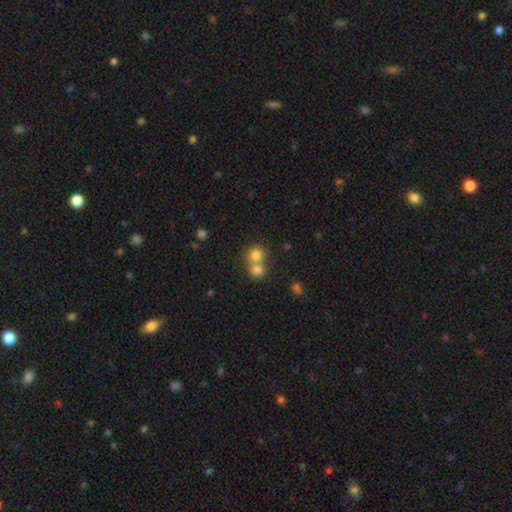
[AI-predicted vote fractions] smooth 77%, star or artifact 12%, featured or disk 11%. Down the decision tree: how rounded — round (84%); merging — merger (56%).